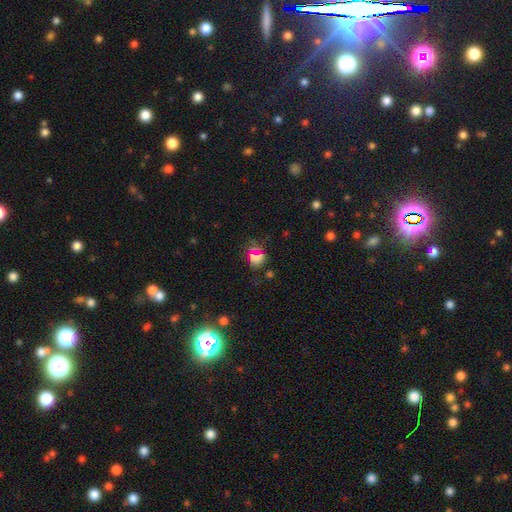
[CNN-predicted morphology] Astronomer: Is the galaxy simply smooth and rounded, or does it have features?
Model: smooth — 54% (runner-up: star or artifact, 37%).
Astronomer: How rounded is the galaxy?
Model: round — 67%.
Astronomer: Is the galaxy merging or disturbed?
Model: none — 76%.